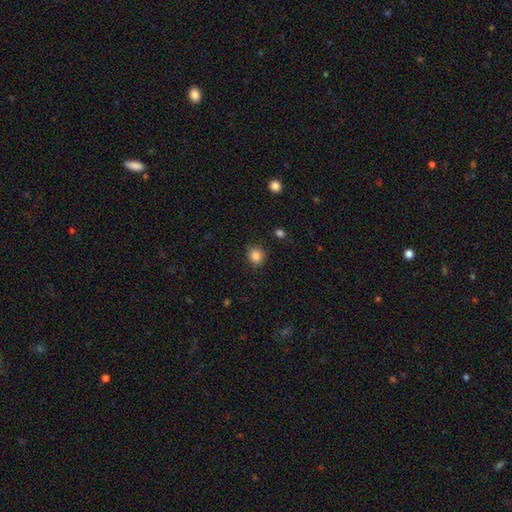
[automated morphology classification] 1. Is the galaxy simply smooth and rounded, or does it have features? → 85% smooth, 11% star or artifact, 4% featured or disk.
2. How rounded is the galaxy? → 84% round, 15% in between, 1% cigar-shaped.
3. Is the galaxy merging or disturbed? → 85% none, 11% minor disturbance, 3% major disturbance, 2% merger.